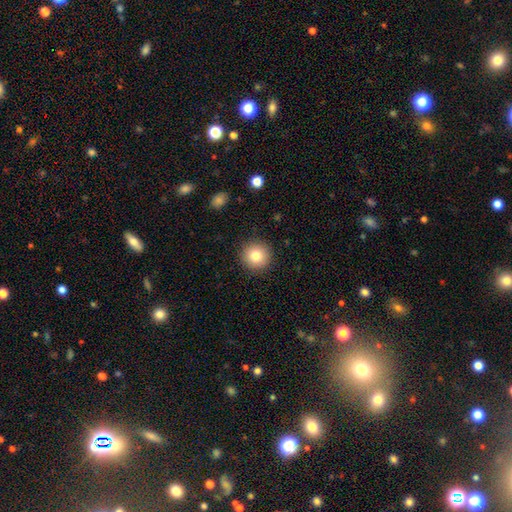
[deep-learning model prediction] Morphology: type=smooth (80%); roundness=round (95%); merging=none (91%).